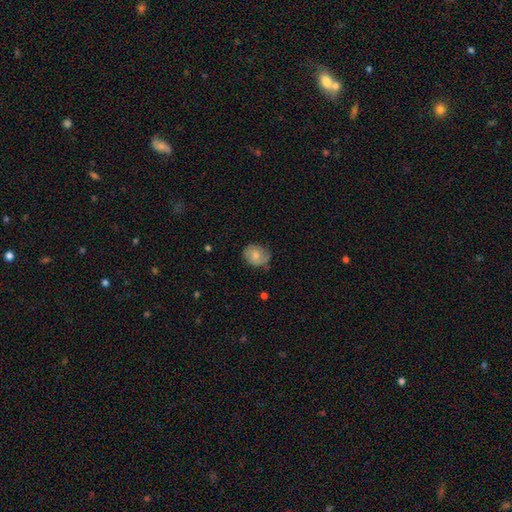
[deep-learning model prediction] The model was most divided on "how rounded": round: 61%, in between: 38%, cigar-shaped: 1%. More confident: smooth or featured — smooth (69%); merging — none (61%).